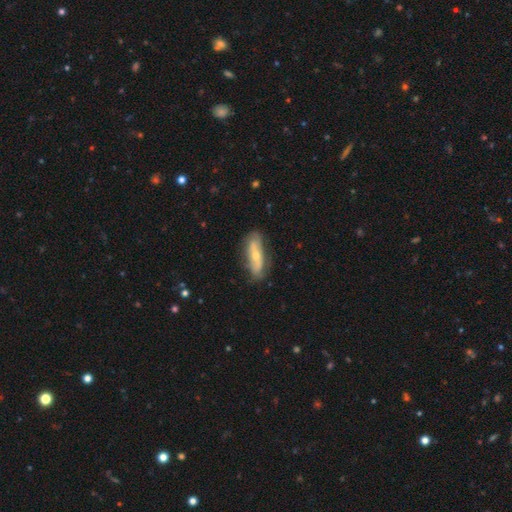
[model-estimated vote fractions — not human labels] Smooth or featured? Predicted: featured or disk (p=0.52). Edge-on disk? Predicted: no (p=0.67). Merging? Predicted: none (p=0.73).